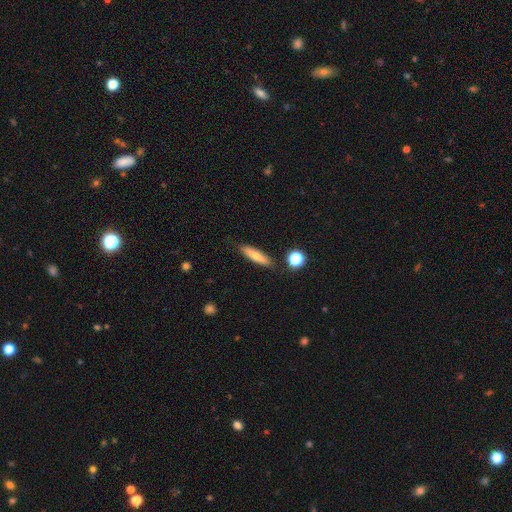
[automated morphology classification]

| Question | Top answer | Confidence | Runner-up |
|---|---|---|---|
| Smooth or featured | smooth | 68% | featured or disk (25%) |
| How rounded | cigar-shaped | 76% | in between (22%) |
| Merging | none | 85% | minor disturbance (10%) |